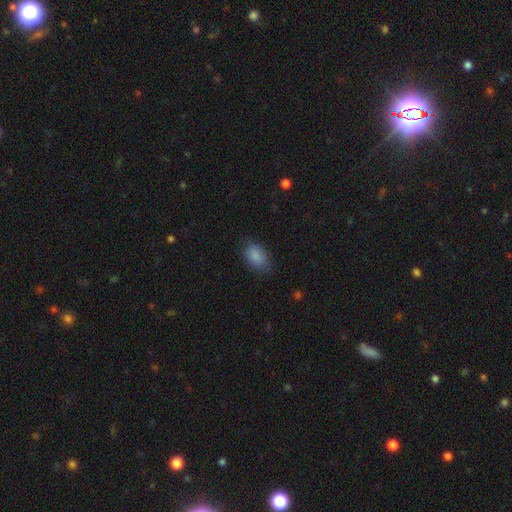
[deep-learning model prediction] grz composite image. It shows a smooth galaxy with no disk features (87%) that is in between round and cigar-shaped (87%). Merging: none (77%).